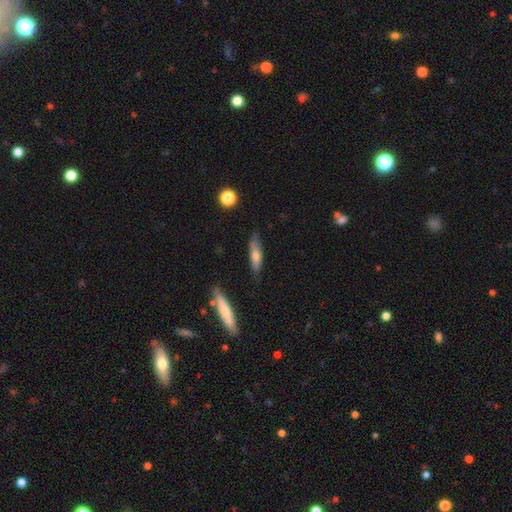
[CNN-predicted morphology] Smooth or featured? Predicted: smooth (p=0.62). How rounded? Predicted: cigar-shaped (p=0.68). Merging? Predicted: none (p=0.73).